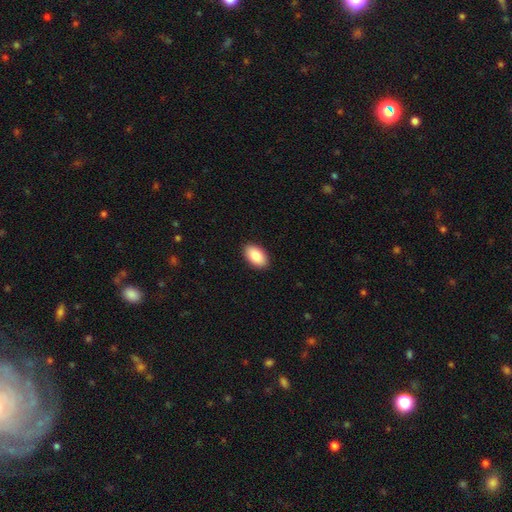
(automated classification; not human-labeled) This is clearly a smooth galaxy (87%). How rounded: clearly in between (94%). Merging: clearly none (91%).